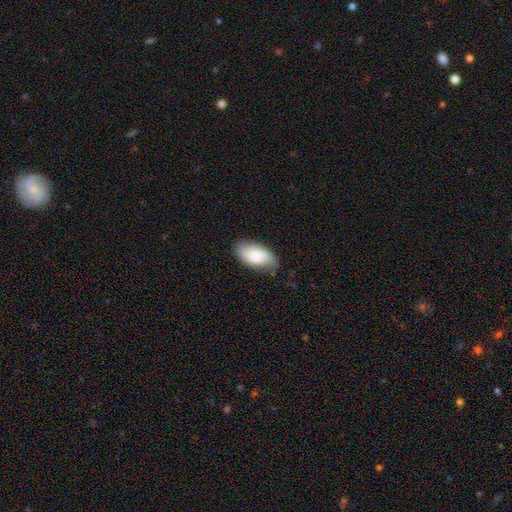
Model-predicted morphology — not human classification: Overall: smooth (68%). How rounded: in between (94%). Merging: none (74%).